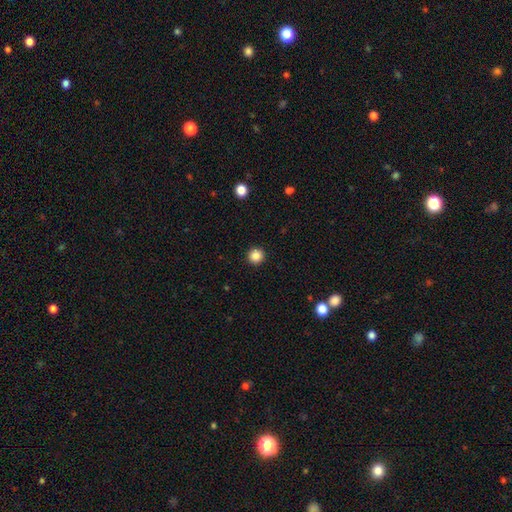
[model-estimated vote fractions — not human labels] smooth_or_featured: smooth (p=0.86) [alt: star or artifact p=0.11]
how_rounded: round (p=0.96) [alt: in between p=0.03]
merging: none (p=0.93) [alt: minor disturbance p=0.04]